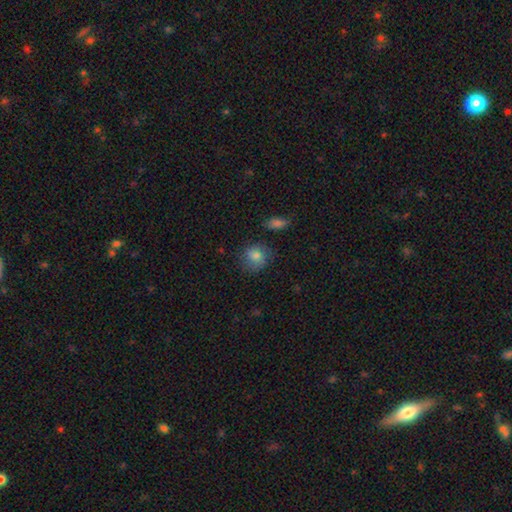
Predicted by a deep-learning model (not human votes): Q: Smooth or featured?
A: smooth (82%); runner-up: star or artifact (9%)
Q: How rounded?
A: round (80%); runner-up: in between (19%)
Q: Merging?
A: none (72%); runner-up: minor disturbance (19%)